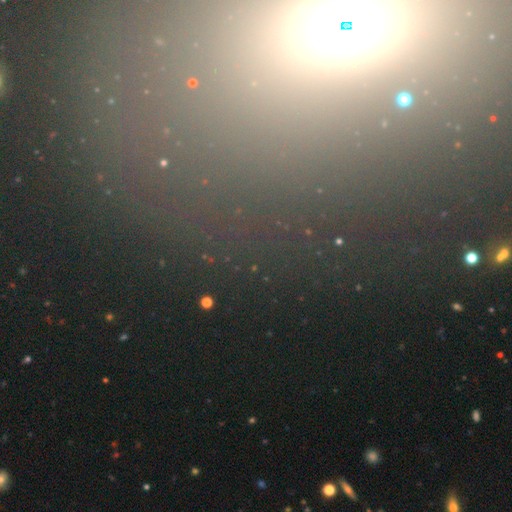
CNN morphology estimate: type=star or artifact (68%).